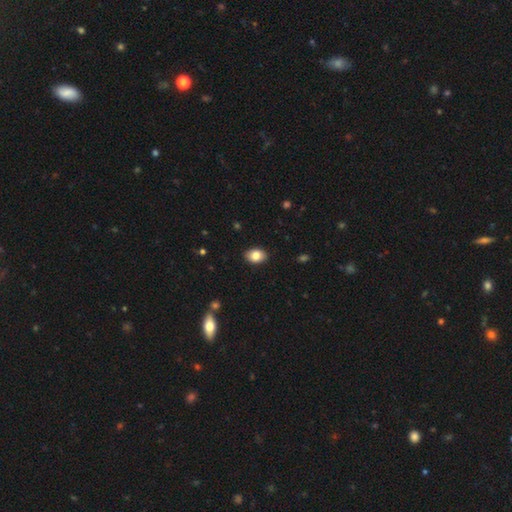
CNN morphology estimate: The model was most divided on "how rounded": in between: 80%, round: 19%, cigar-shaped: 1%. More confident: merging — none (89%); smooth or featured — smooth (84%).